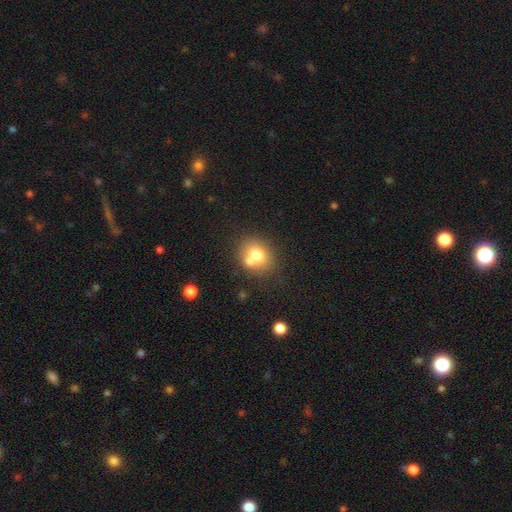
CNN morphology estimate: Smooth or featured? smooth (71%)
How rounded? round (63%)
Merging? none (52%)